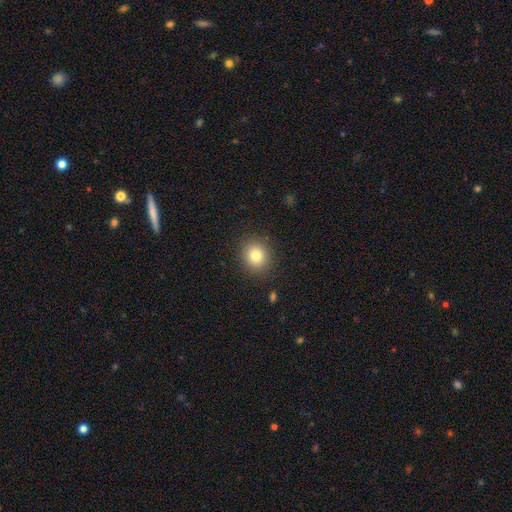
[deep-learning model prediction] Q: Smooth or featured?
A: smooth (80%); runner-up: star or artifact (11%)
Q: How rounded?
A: round (78%); runner-up: in between (21%)
Q: Merging?
A: none (88%); runner-up: minor disturbance (8%)